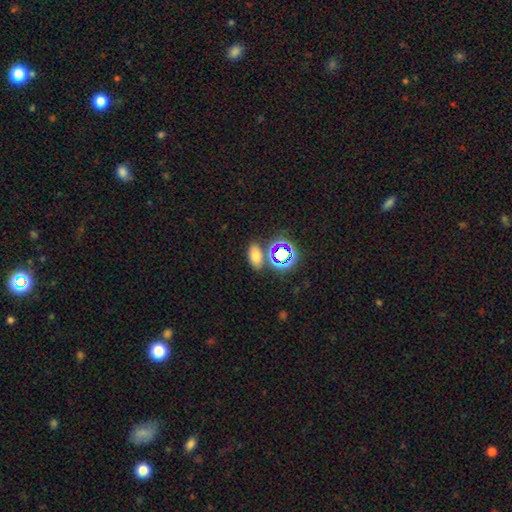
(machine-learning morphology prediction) The model was most divided on "smooth or featured": smooth: 66%, star or artifact: 26%, featured or disk: 9%. More confident: how rounded — in between (84%); merging — none (76%).